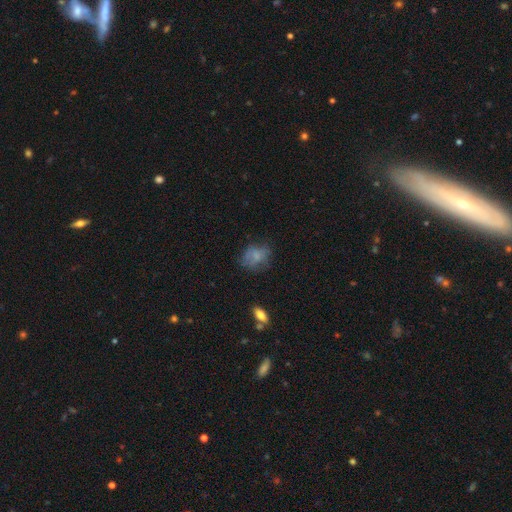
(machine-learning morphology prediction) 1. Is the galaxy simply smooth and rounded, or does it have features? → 68% smooth, 21% featured or disk, 11% star or artifact.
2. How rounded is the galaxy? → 51% round, 47% in between, 1% cigar-shaped.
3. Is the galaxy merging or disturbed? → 54% none, 27% minor disturbance, 17% major disturbance, 2% merger.